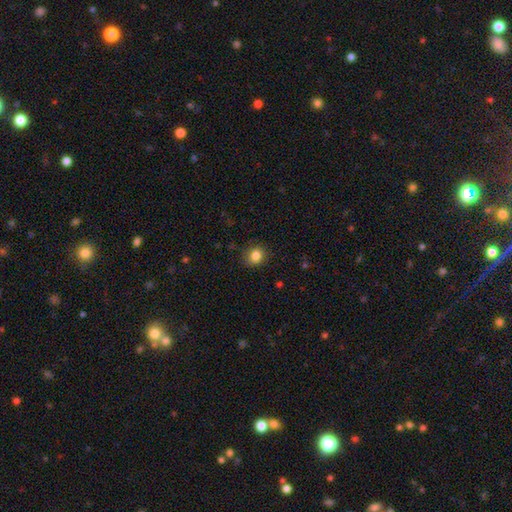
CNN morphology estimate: Q: Smooth or featured?
A: smooth (84%); runner-up: star or artifact (10%)
Q: How rounded?
A: round (75%); runner-up: in between (24%)
Q: Merging?
A: none (83%); runner-up: minor disturbance (13%)